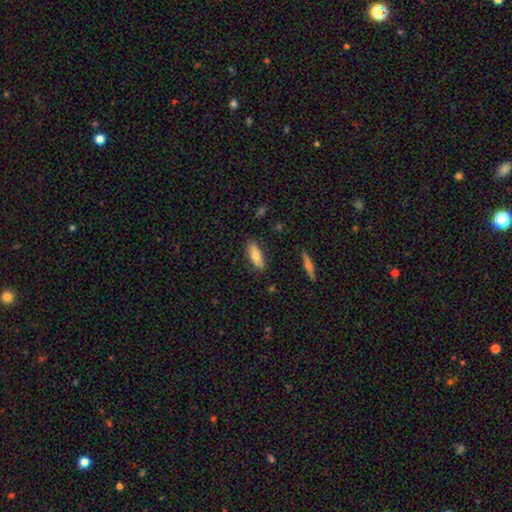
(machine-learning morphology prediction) smooth_or_featured: smooth (p=0.72) [alt: featured or disk p=0.21]
how_rounded: in between (p=0.72) [alt: cigar-shaped p=0.26]
merging: none (p=0.84) [alt: minor disturbance p=0.12]